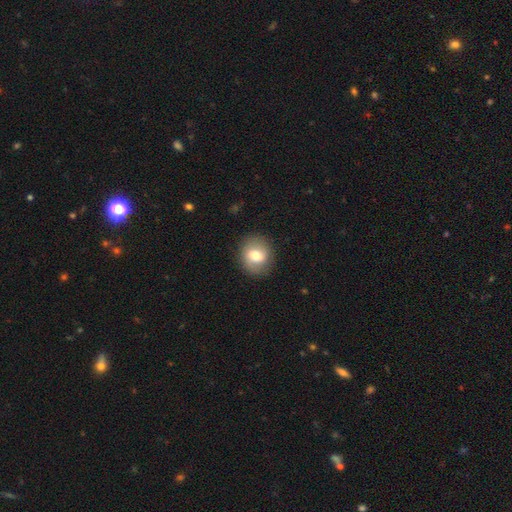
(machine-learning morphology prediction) Smooth or featured: smooth — 66% (featured or disk — 26%)
How rounded: round — 69% (in between — 30%)
Merging: none — 86% (minor disturbance — 9%)